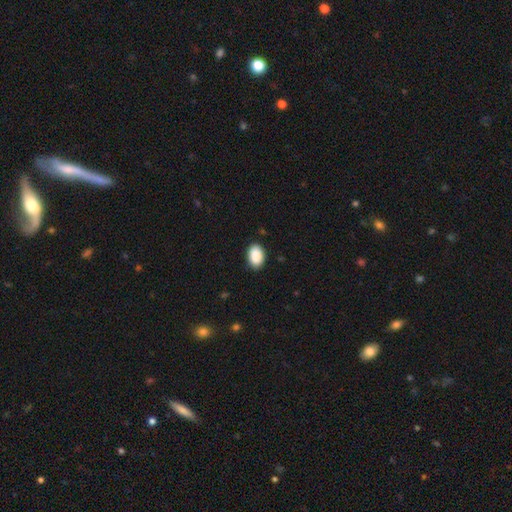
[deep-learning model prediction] Smooth or featured: smooth — 90% (star or artifact — 7%)
How rounded: in between — 90% (round — 9%)
Merging: none — 89% (minor disturbance — 8%)